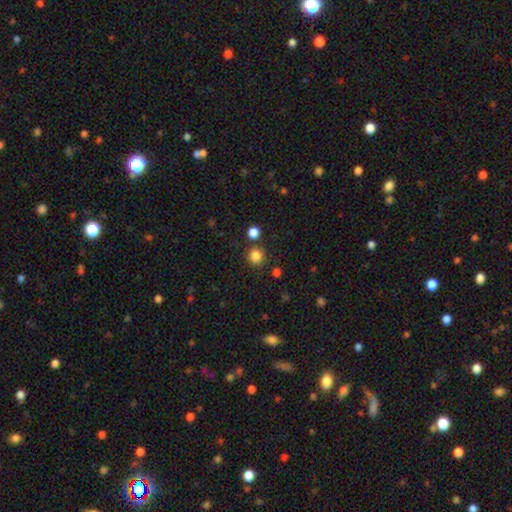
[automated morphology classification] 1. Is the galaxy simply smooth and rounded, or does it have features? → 83% smooth, 12% star or artifact, 4% featured or disk.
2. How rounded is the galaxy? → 92% round, 7% in between, 1% cigar-shaped.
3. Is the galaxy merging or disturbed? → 84% none, 7% minor disturbance, 6% merger, 3% major disturbance.